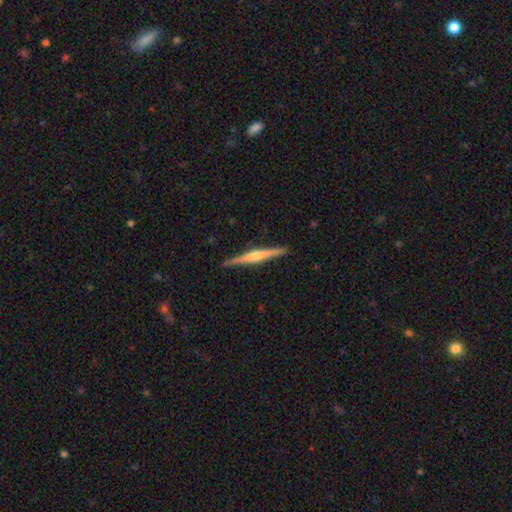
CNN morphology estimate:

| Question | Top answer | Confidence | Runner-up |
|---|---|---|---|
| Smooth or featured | featured or disk | 77% | smooth (17%) |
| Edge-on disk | yes | 98% | no (2%) |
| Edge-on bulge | rounded | 82% | boxy (10%) |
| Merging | none | 92% | minor disturbance (6%) |